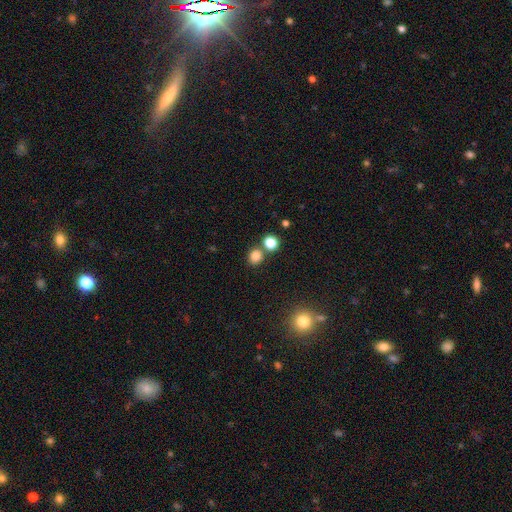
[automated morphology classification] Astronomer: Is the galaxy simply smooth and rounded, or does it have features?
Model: smooth — 81%.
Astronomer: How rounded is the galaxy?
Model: round — 80%.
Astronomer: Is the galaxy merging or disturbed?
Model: none — 70%.